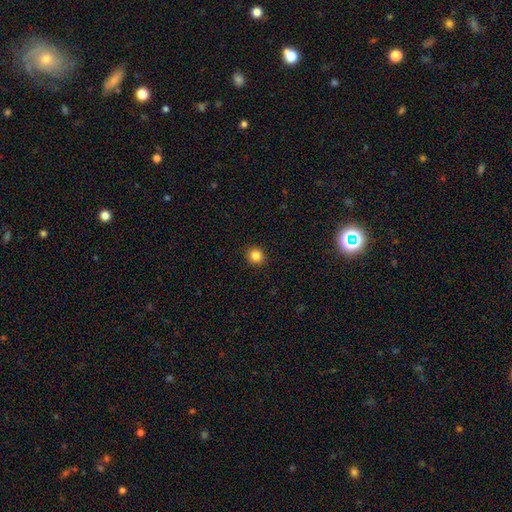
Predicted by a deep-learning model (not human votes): Smooth or featured: smooth — 85% (star or artifact — 11%)
How rounded: round — 88% (in between — 11%)
Merging: none — 92% (minor disturbance — 5%)